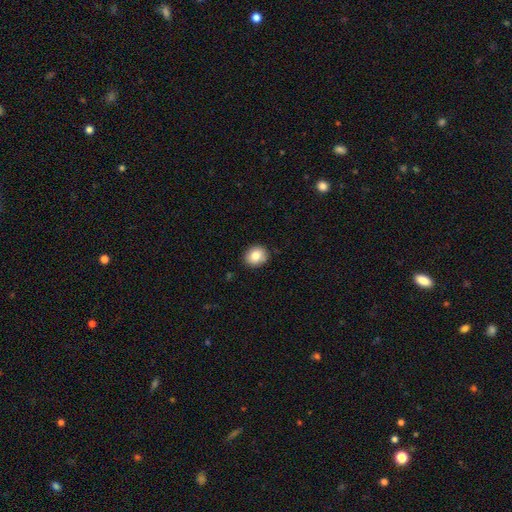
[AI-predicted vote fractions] smooth 83%, star or artifact 9%, featured or disk 8%. Down the decision tree: how rounded — round (74%); merging — none (88%).